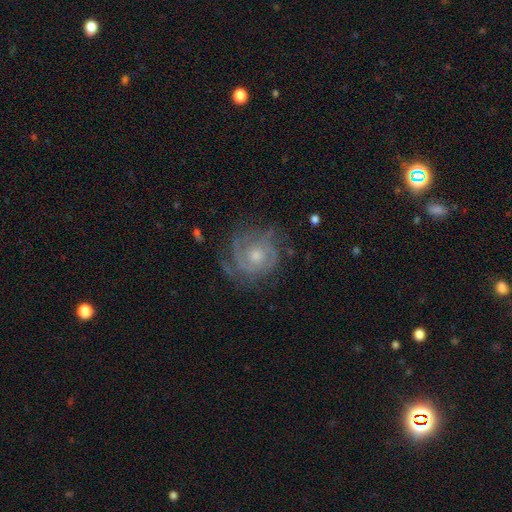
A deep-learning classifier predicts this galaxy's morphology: smooth_or_featured: featured or disk (p=0.80) [alt: smooth p=0.13]
disk_edge_on: no (p=0.97) [alt: yes p=0.03]
bar: no (p=0.78) [alt: weak p=0.19]
has_spiral_arms: yes (p=0.92) [alt: no p=0.08]
spiral_winding: tight (p=0.63) [alt: medium p=0.29]
spiral_arm_count: can't tell (p=0.32) [alt: 2 p=0.30]
bulge_size: moderate (p=0.58) [alt: small p=0.35]
merging: none (p=0.67) [alt: minor disturbance p=0.20]